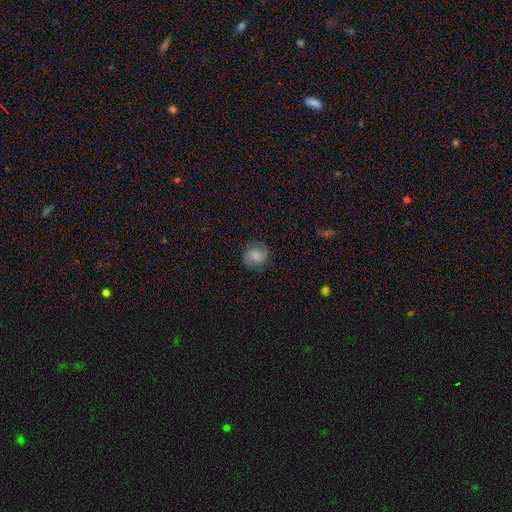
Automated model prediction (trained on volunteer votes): Smooth or featured? Predicted: smooth (p=0.57). How rounded? Predicted: round (p=0.71). Merging? Predicted: none (p=0.77).